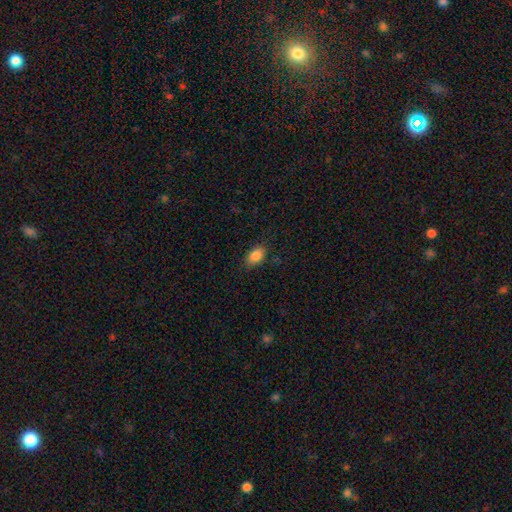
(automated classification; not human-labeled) Morphology: type=smooth (86%); roundness=in between (85%); merging=none (84%).